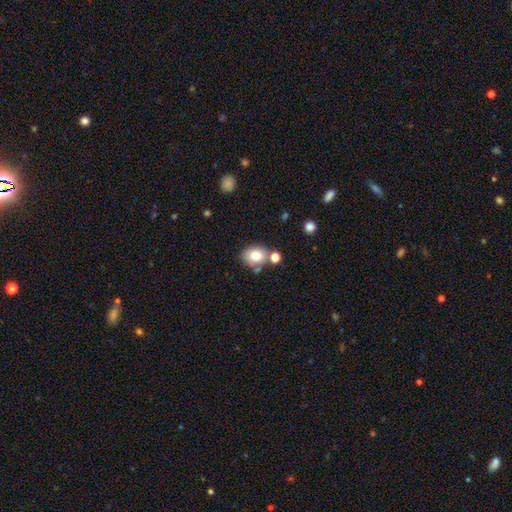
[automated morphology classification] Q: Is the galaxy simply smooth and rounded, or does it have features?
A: smooth — 79%.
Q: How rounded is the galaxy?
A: in between — 54%.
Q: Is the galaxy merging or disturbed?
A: none — 63%.